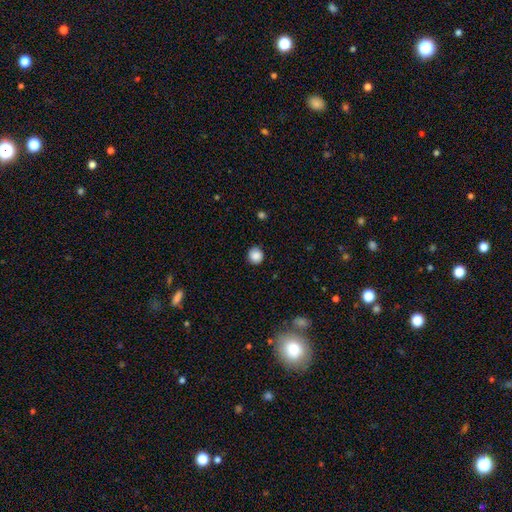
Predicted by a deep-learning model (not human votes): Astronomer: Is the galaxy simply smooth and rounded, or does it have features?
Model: smooth — 88%.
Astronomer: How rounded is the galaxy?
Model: round — 91%.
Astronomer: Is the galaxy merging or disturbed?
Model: none — 90%.